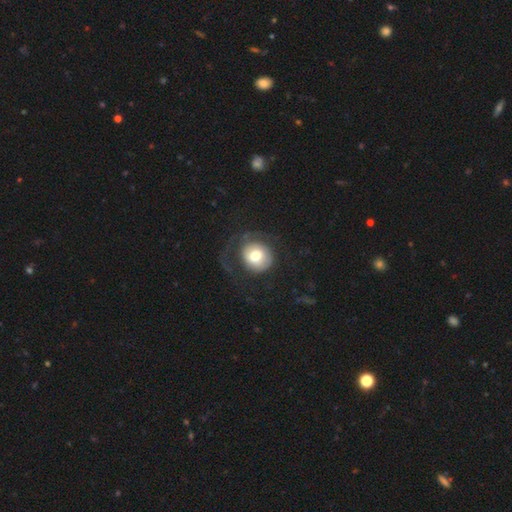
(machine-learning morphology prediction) smooth 56%, featured or disk 36%, star or artifact 8%. Down the decision tree: how rounded — round (84%); merging — none (51%).